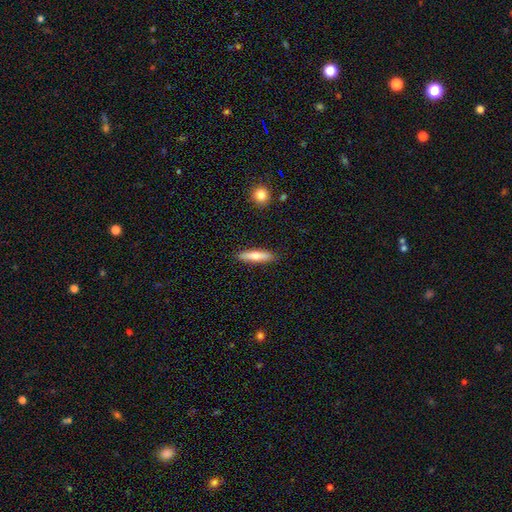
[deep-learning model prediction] The model was most divided on "smooth or featured": smooth: 63%, featured or disk: 31%, star or artifact: 6%. More confident: merging — none (90%); how rounded — cigar-shaped (80%).